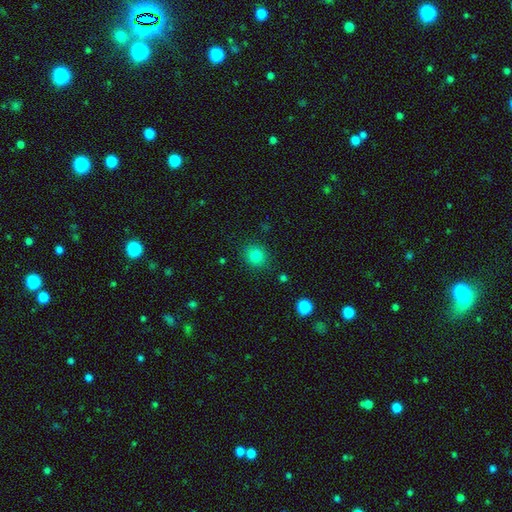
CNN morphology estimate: Smooth or featured?
  - smooth: 82% *
  - star or artifact: 13%
  - featured or disk: 5%
How rounded?
  - round: 81% *
  - in between: 18%
  - cigar-shaped: 1%
Merging?
  - none: 87% *
  - minor disturbance: 8%
  - major disturbance: 3%
  - merger: 2%